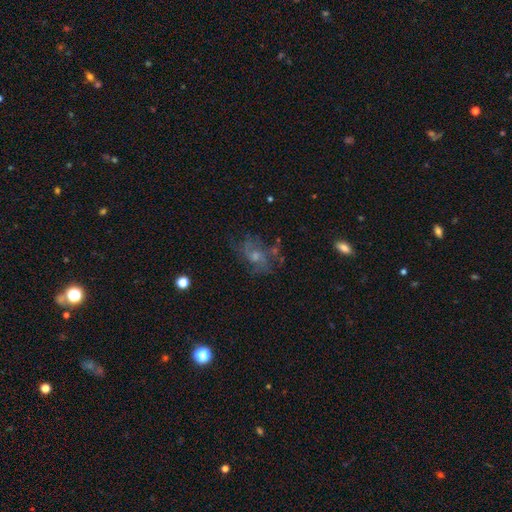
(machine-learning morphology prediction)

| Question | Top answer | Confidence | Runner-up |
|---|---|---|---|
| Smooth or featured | featured or disk | 57% | smooth (29%) |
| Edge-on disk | no | 96% | yes (4%) |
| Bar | no | 74% | weak (23%) |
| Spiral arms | yes | 64% | no (36%) |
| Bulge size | moderate | 43% | small (36%) |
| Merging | none | 55% | minor disturbance (21%) |